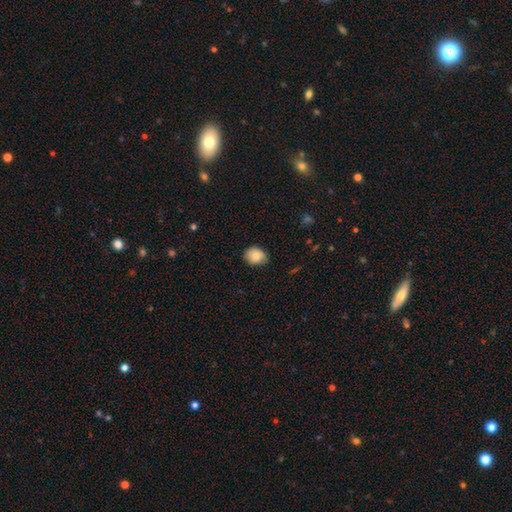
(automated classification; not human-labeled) Morphology: type=smooth (86%); roundness=in between (56%); merging=none (77%).